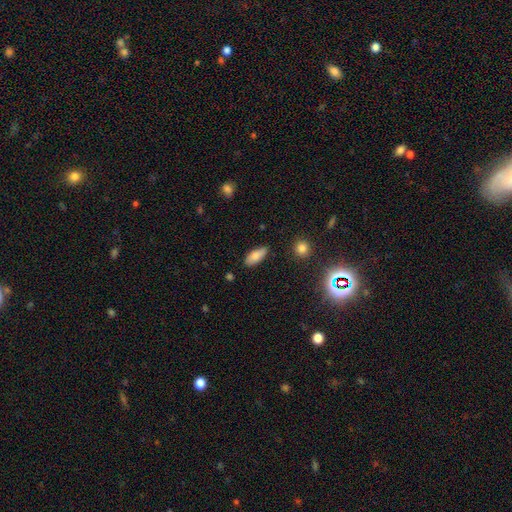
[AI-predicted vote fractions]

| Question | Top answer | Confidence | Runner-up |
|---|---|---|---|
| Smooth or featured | smooth | 81% | featured or disk (11%) |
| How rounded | in between | 81% | cigar-shaped (16%) |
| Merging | none | 85% | minor disturbance (12%) |